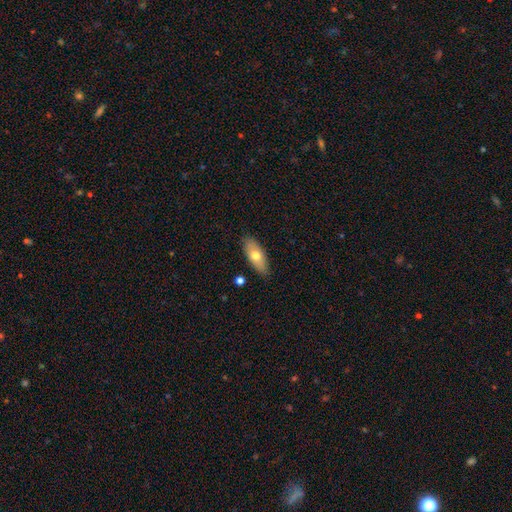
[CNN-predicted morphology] A smooth galaxy with no disk features (68%) that is in between round and cigar-shaped (81%).

Vote fractions:
- Smooth or featured? smooth: 68% / featured or disk: 26% / star or artifact: 6%
- How rounded? in between: 81% / cigar-shaped: 16% / round: 3%
- Merging? none: 85% / minor disturbance: 11% / major disturbance: 2% / merger: 2%